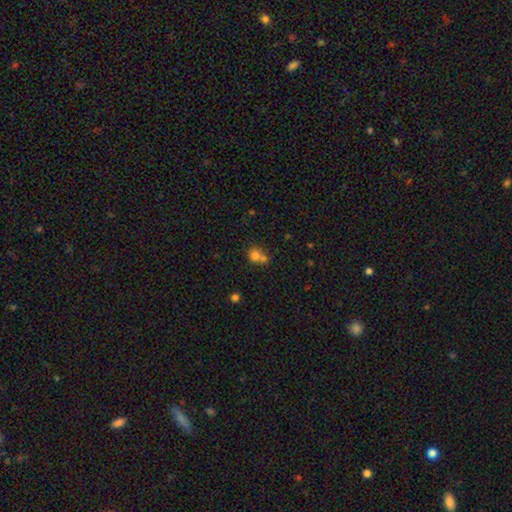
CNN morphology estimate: smooth 74%, star or artifact 13%, featured or disk 12%. Down the decision tree: how rounded — round (73%); merging — merger (50%).